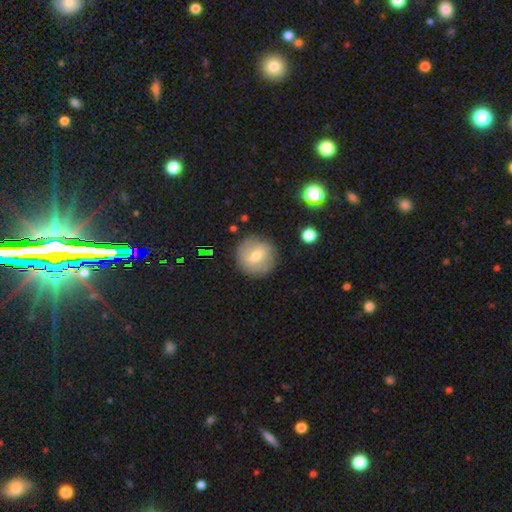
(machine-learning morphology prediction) Q: Smooth or featured?
A: smooth (52%); runner-up: featured or disk (37%)
Q: How rounded?
A: round (92%); runner-up: in between (7%)
Q: Merging?
A: none (85%); runner-up: minor disturbance (10%)